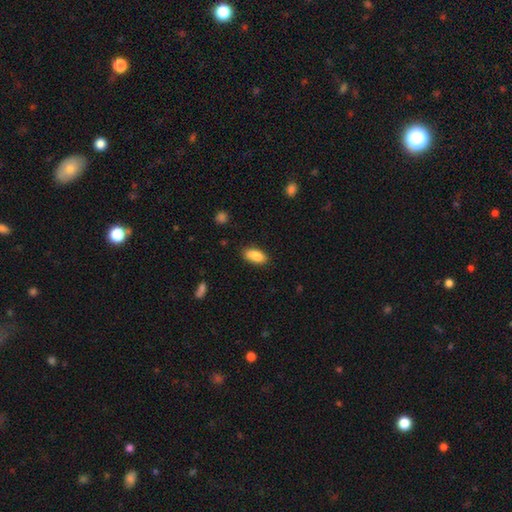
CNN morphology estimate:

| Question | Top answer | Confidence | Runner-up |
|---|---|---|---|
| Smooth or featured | smooth | 85% | featured or disk (8%) |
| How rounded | in between | 89% | cigar-shaped (8%) |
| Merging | none | 78% | minor disturbance (16%) |